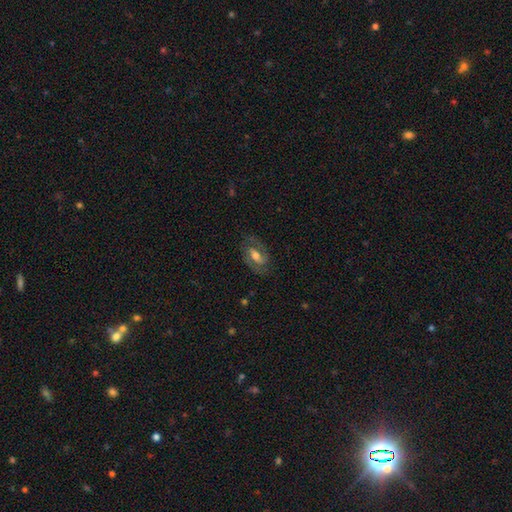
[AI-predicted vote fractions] Smooth or featured? Predicted: featured or disk (p=0.74). Edge-on disk? Predicted: no (p=0.95). Bar? Predicted: weak (p=0.42). Spiral arms? Predicted: yes (p=0.90). Spiral winding? Predicted: medium (p=0.52). Spiral arm count? Predicted: 2 (p=0.88). Bulge size? Predicted: moderate (p=0.64). Merging? Predicted: none (p=0.77).